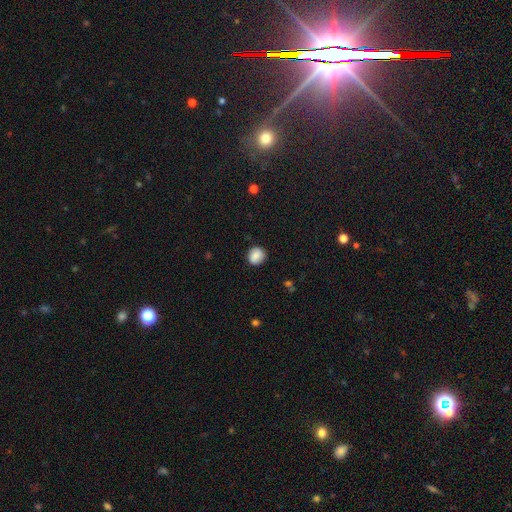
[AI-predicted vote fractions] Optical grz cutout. It shows a smooth galaxy with no disk features (85%) that is round (84%). Merging: none (85%).